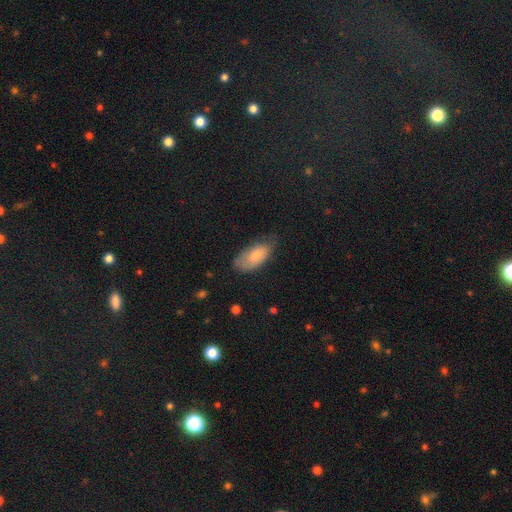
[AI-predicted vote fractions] Smooth or featured?
  - smooth: 78% *
  - featured or disk: 16%
  - star or artifact: 6%
How rounded?
  - in between: 91% *
  - cigar-shaped: 6%
  - round: 3%
Merging?
  - none: 56% *
  - minor disturbance: 33%
  - major disturbance: 9%
  - merger: 2%